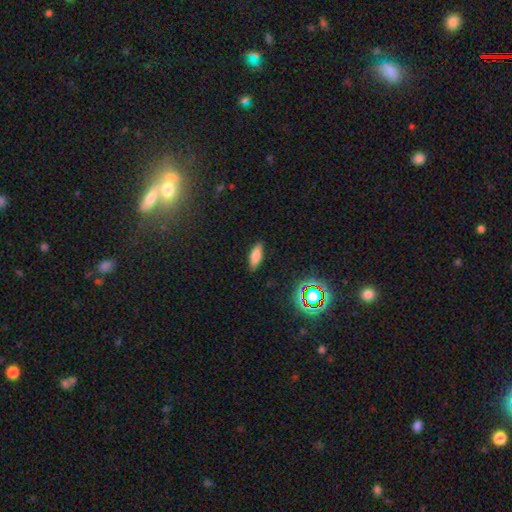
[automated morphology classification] Overall: smooth (76%). How rounded: in between (65%; cigar-shaped 32%). Merging: none (86%).